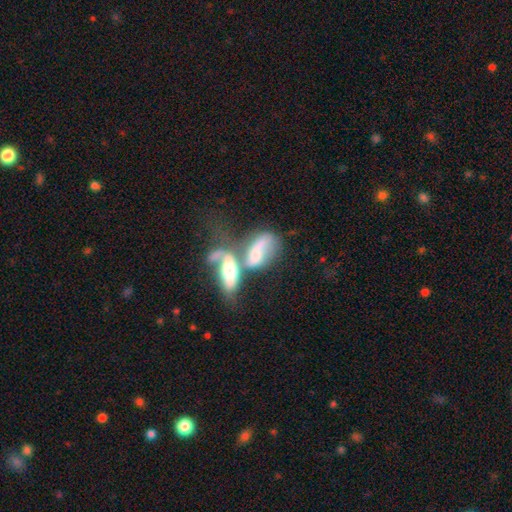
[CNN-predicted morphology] The model was most divided on "smooth or featured": featured or disk: 47%, smooth: 44%, star or artifact: 8%. More confident: merging — merger (71%).